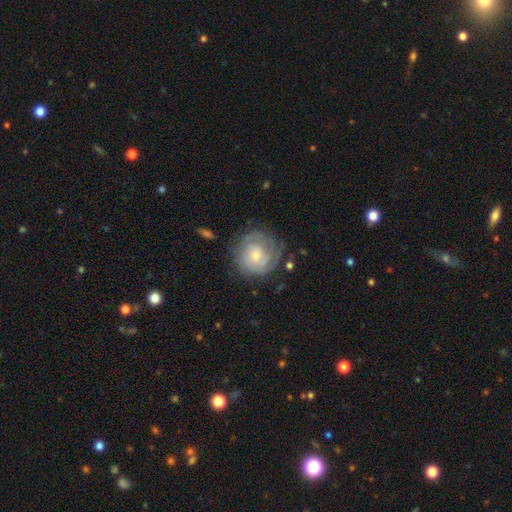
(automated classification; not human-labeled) Morphology: type=featured or disk (55%); edge-on=no (97%); bar=no (76%); spiral arms=yes (77%); bulge=small (60%); merging=none (67%).